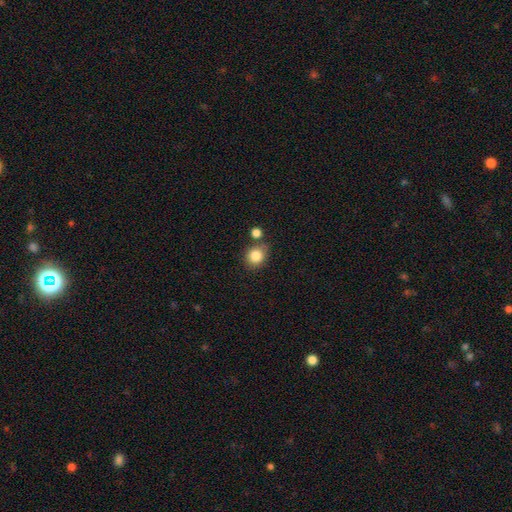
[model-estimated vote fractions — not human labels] Smooth or featured? Predicted: smooth (p=0.84). How rounded? Predicted: round (p=0.79). Merging? Predicted: none (p=0.69).